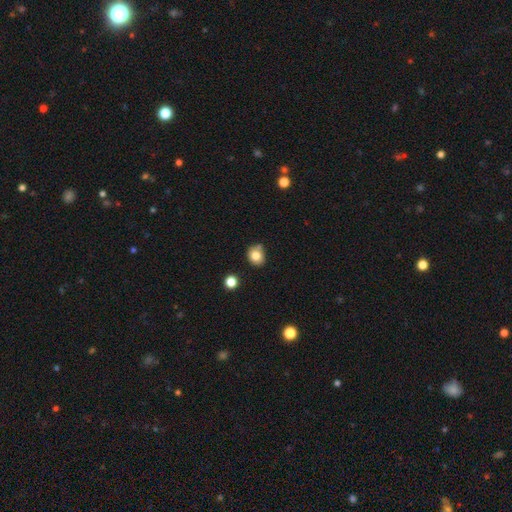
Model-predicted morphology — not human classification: smooth-or-featured: smooth: 81% | star or artifact: 11% | featured or disk: 9%
  how-rounded: round: 66% | in between: 33% | cigar-shaped: 1%
  merging: none: 66% | minor disturbance: 19% | merger: 11% | major disturbance: 4%